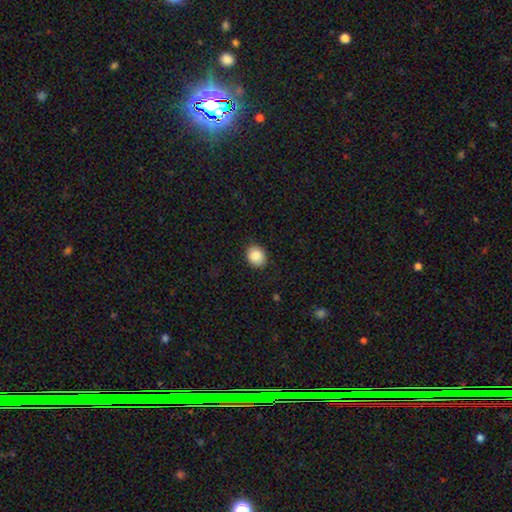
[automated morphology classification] smooth_or_featured: smooth (p=0.88) [alt: star or artifact p=0.08]
how_rounded: round (p=0.60) [alt: in between p=0.40]
merging: none (p=0.87) [alt: minor disturbance p=0.09]